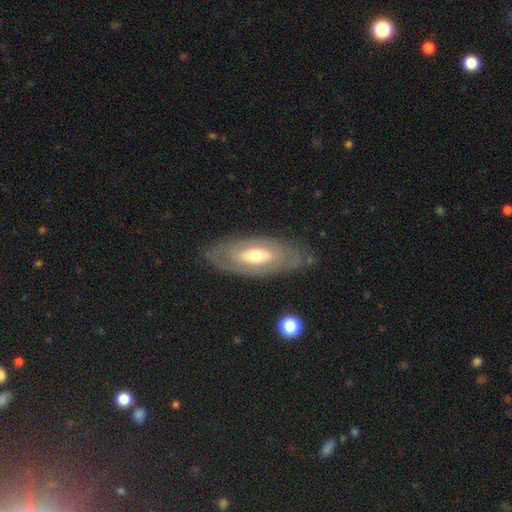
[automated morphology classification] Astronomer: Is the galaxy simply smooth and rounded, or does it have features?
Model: featured or disk — 66%.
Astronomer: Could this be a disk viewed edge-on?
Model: no — 84%.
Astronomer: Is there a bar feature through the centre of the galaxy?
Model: no — 61%.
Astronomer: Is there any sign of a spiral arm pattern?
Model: no — 55% (runner-up: yes, 45%).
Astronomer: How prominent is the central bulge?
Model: moderate — 63%.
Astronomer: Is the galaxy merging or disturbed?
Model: none — 79%.